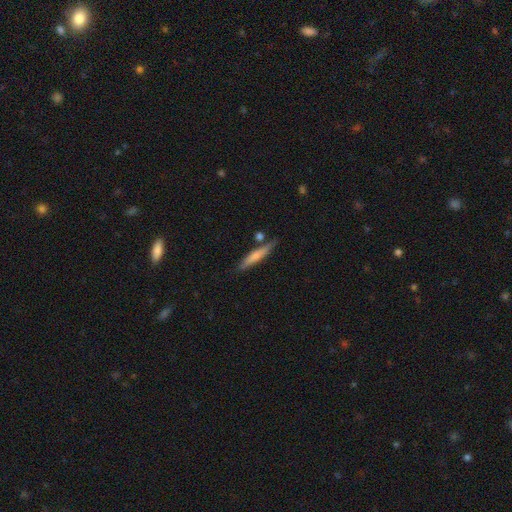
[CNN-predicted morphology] A smooth galaxy with no disk features (59%) that is cigar-shaped (91%).

Vote fractions:
- Smooth or featured? smooth: 59% / featured or disk: 35% / star or artifact: 6%
- How rounded? cigar-shaped: 91% / in between: 7% / round: 2%
- Merging? none: 78% / minor disturbance: 12% / merger: 7% / major disturbance: 3%